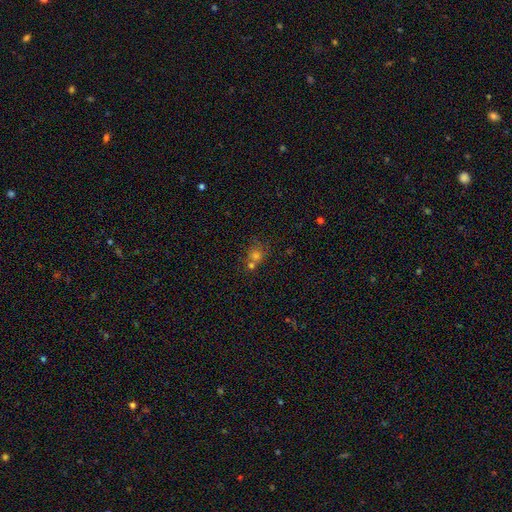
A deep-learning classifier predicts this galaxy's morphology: The model was most divided on "merging": none: 47%, merger: 39%, minor disturbance: 9%, major disturbance: 5%. More confident: how rounded — round (80%); smooth or featured — smooth (64%).